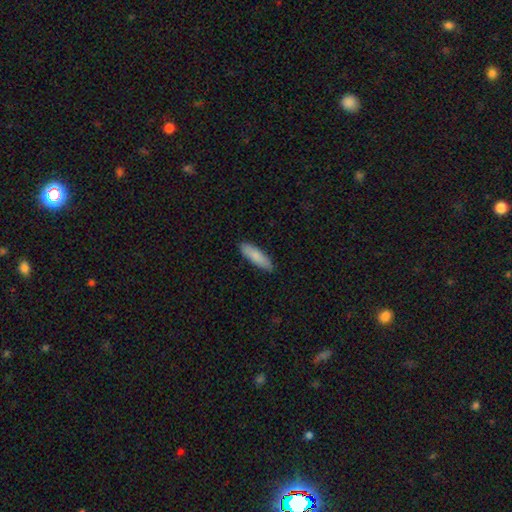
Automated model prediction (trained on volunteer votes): This appears to be a smooth galaxy with no disk features (86%) that is cigar-shaped (58%). Merging: none (88%).